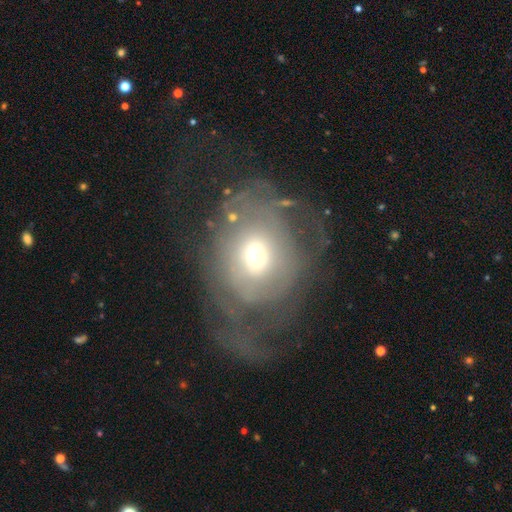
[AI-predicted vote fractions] The model was most divided on "spiral arms": yes: 52%, no: 48%. Remaining: edge-on disk — no (96%); bar — no (77%); smooth or featured — featured or disk (59%); bulge size — moderate (56%); merging — major disturbance (45%).